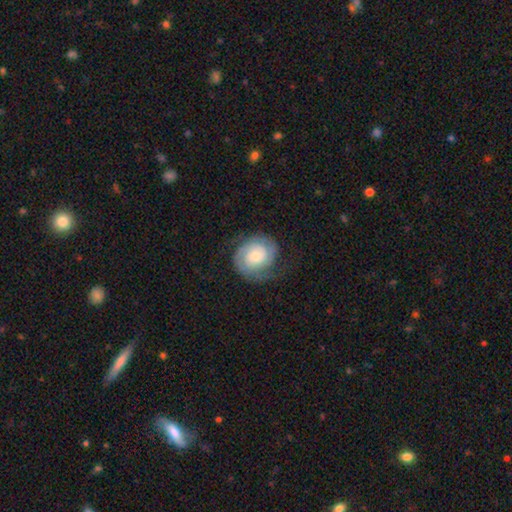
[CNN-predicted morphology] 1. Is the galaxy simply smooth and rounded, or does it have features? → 75% featured or disk, 19% smooth, 6% star or artifact.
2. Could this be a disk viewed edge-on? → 98% no, 2% yes.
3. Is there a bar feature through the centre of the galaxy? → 72% no, 24% weak, 4% strong.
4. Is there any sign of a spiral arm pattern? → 95% yes, 5% no.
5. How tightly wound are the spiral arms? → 64% tight, 28% medium, 8% loose.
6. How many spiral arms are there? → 61% 2, 18% can't tell, 9% 3, 6% 1, 3% 4, 3% more than 4.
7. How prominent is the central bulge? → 45% small, 38% moderate, 10% large, 5% none, 2% dominant.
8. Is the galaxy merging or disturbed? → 67% none, 20% minor disturbance, 12% major disturbance, 1% merger.